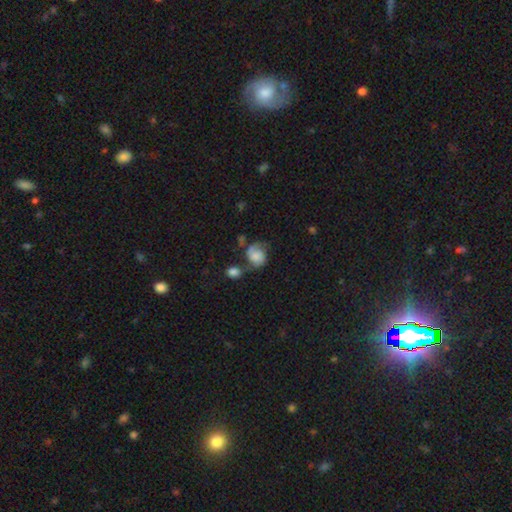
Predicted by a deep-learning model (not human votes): Smooth or featured? smooth (51%)
How rounded? round (63%)
Merging? none (37%)